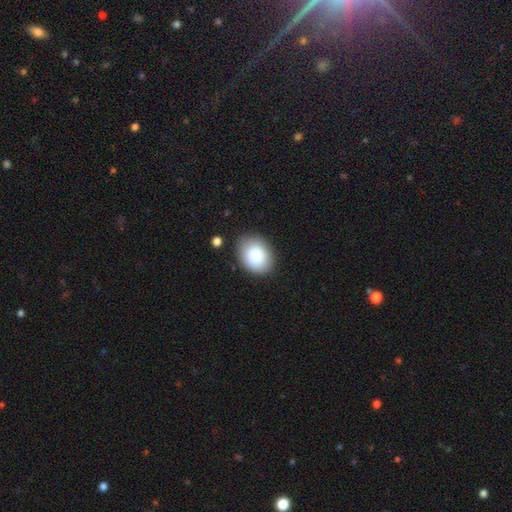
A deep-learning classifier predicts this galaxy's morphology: A smooth galaxy with no disk features (87%) that is in between round and cigar-shaped (63%).

Vote fractions:
- Smooth or featured? smooth: 87% / star or artifact: 7% / featured or disk: 6%
- How rounded? in between: 63% / round: 36% / cigar-shaped: 1%
- Merging? none: 82% / minor disturbance: 13% / major disturbance: 3% / merger: 2%